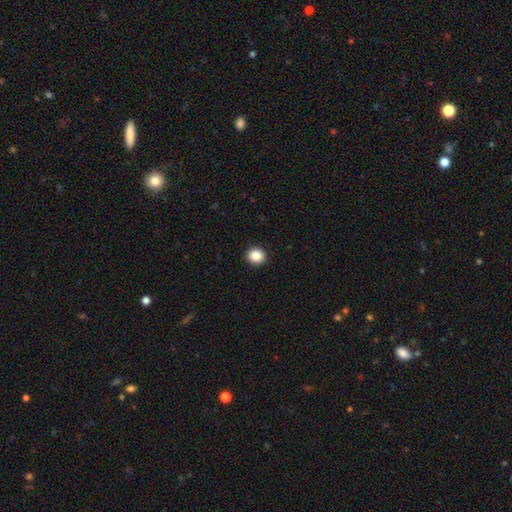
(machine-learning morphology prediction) Q: Smooth or featured?
A: smooth (87%); runner-up: star or artifact (9%)
Q: How rounded?
A: round (81%); runner-up: in between (18%)
Q: Merging?
A: none (92%); runner-up: minor disturbance (5%)